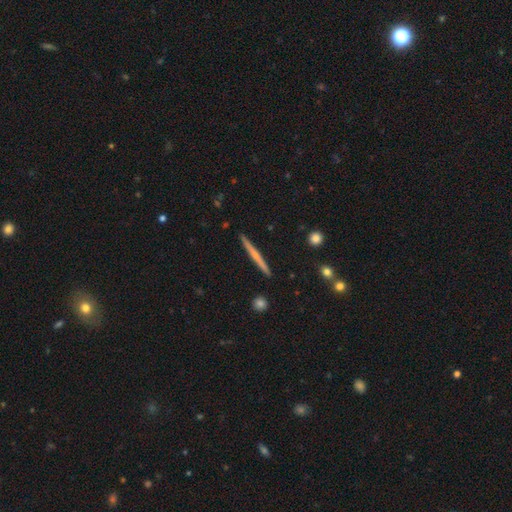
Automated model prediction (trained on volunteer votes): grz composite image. It shows a featured or disk galaxy (52%) viewed edge-on (98%) with no central bulge (70%). Merging: none (92%).